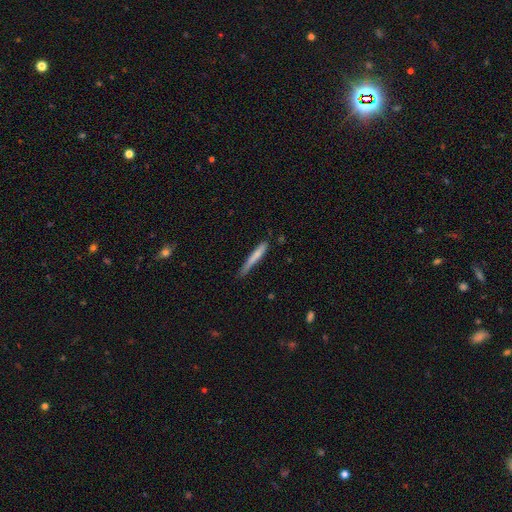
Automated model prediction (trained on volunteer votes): Smooth or featured: smooth — 70% (featured or disk — 24%)
How rounded: cigar-shaped — 95% (in between — 3%)
Merging: none — 68% (minor disturbance — 25%)